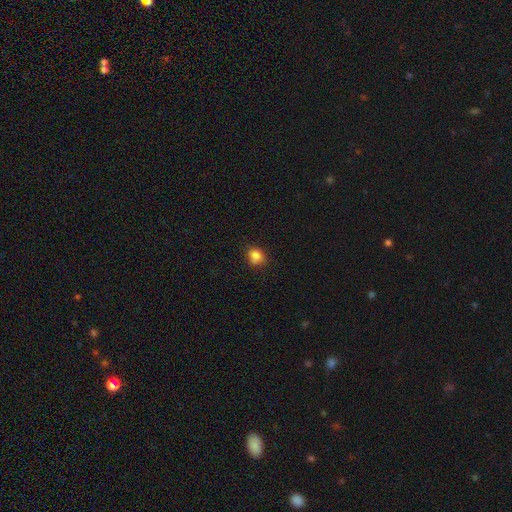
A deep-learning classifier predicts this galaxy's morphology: This is clearly a smooth galaxy (83%). How rounded: likely round (60%). Merging: likely none (69%).